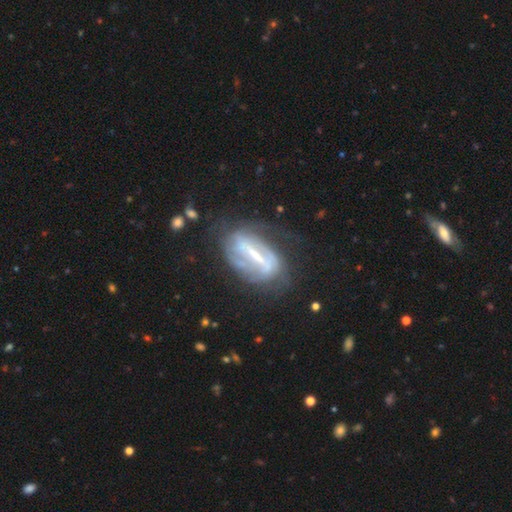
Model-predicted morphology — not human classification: Smooth or featured: featured or disk — 77% (smooth — 15%)
Edge-on disk: no — 86% (yes — 14%)
Bar: strong — 74% (weak — 19%)
Spiral arms: yes — 74% (no — 26%)
Bulge size: small — 46% (moderate — 29%)
Merging: none — 57% (minor disturbance — 23%)